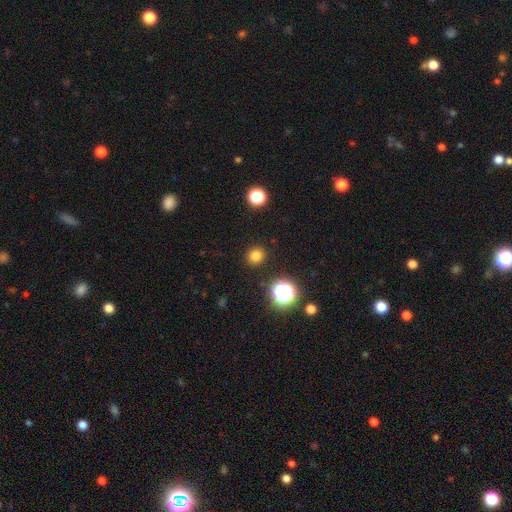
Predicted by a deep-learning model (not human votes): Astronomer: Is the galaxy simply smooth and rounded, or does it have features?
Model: smooth — 80%.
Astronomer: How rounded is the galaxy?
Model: round — 89%.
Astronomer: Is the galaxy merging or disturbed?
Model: none — 91%.